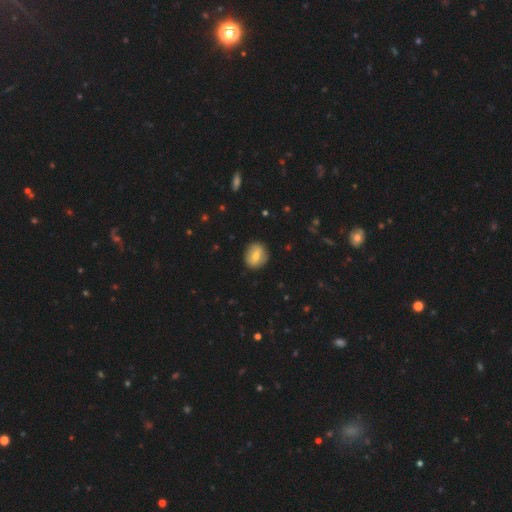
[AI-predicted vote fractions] Overall: smooth (62%; featured or disk 30%). How rounded: round (74%). Merging: none (87%).